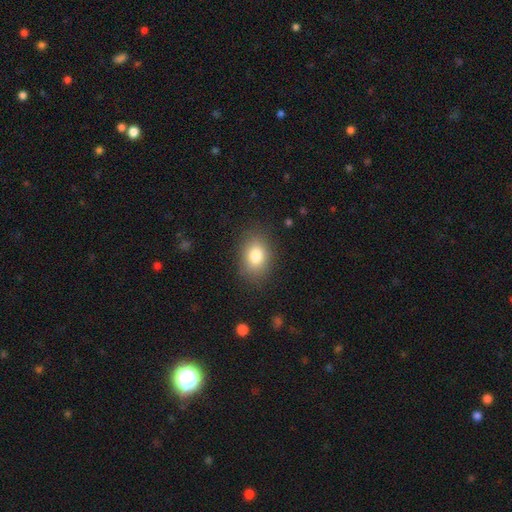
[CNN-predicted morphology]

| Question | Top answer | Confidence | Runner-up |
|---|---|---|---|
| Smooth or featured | smooth | 82% | star or artifact (9%) |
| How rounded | in between | 75% | round (24%) |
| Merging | none | 83% | minor disturbance (12%) |